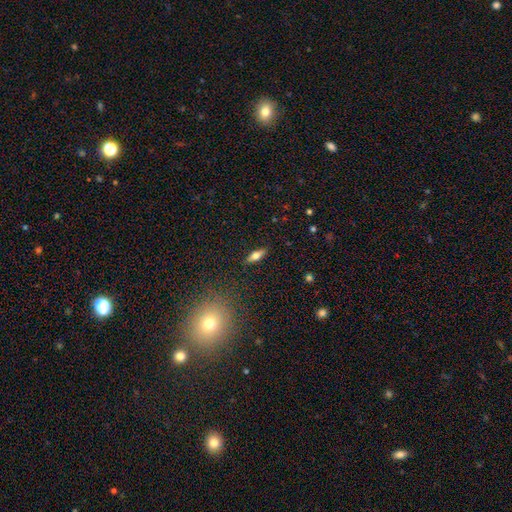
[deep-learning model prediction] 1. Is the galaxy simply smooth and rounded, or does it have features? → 61% smooth, 31% featured or disk, 9% star or artifact.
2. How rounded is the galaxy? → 64% in between, 33% cigar-shaped, 3% round.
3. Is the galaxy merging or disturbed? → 88% none, 8% minor disturbance, 2% major disturbance, 1% merger.